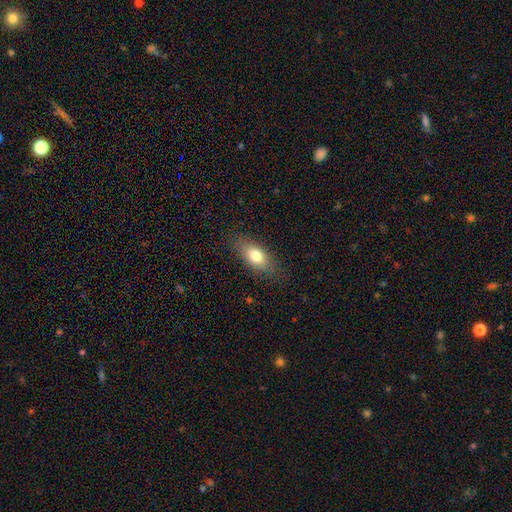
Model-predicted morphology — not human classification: type=smooth (77%); roundness=in between (83%); merging=none (82%).